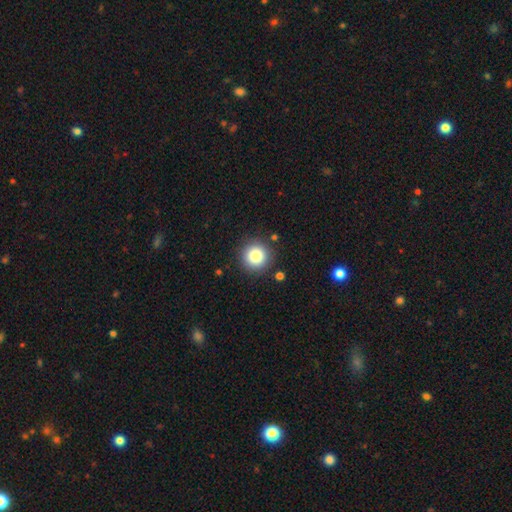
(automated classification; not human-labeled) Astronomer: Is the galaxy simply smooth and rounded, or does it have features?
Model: smooth — 82%.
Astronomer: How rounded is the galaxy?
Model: round — 95%.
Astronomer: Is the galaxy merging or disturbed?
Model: none — 89%.